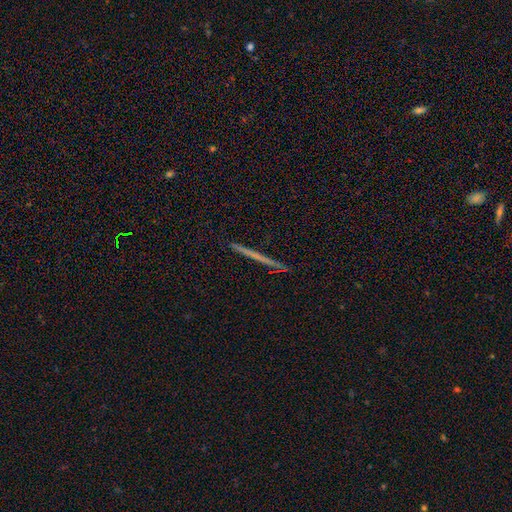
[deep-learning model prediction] This is possibly a featured or disk galaxy (50%). It is clearly viewed edge-on (97%). Merging: clearly none (92%).